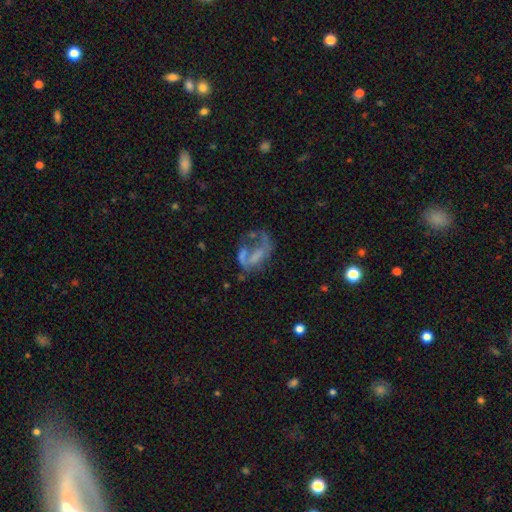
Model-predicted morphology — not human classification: This appears to be a featured or disk galaxy (59%) with no bar (73%), no spiral arms (65%) and no central bulge (69%). Merging: major disturbance (49%).